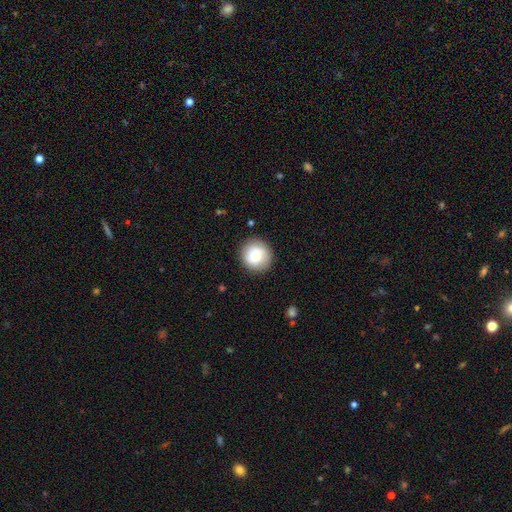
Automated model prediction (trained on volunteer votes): Overall: smooth (79%). How rounded: round (93%). Merging: none (88%).